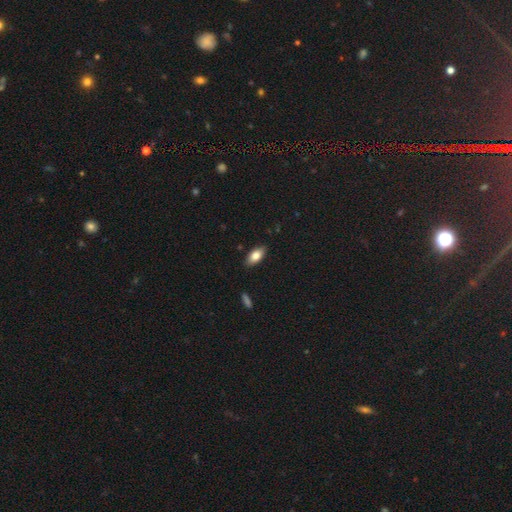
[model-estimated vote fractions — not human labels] Morphology: type=smooth (79%); roundness=in between (89%); merging=none (86%).